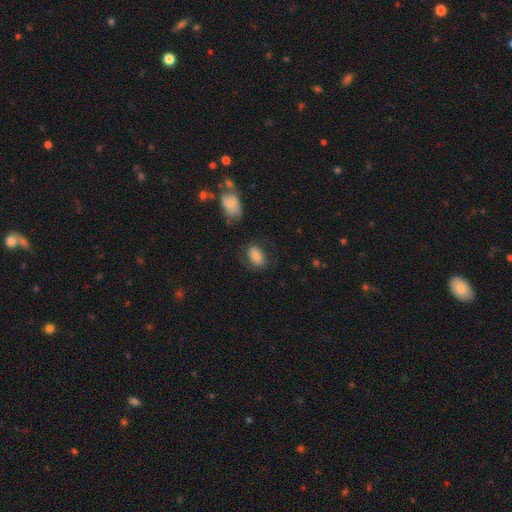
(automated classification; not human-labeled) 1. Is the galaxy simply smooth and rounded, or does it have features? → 73% smooth, 18% featured or disk, 8% star or artifact.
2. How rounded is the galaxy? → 85% in between, 13% round, 2% cigar-shaped.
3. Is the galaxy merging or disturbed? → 66% none, 19% minor disturbance, 11% major disturbance, 4% merger.